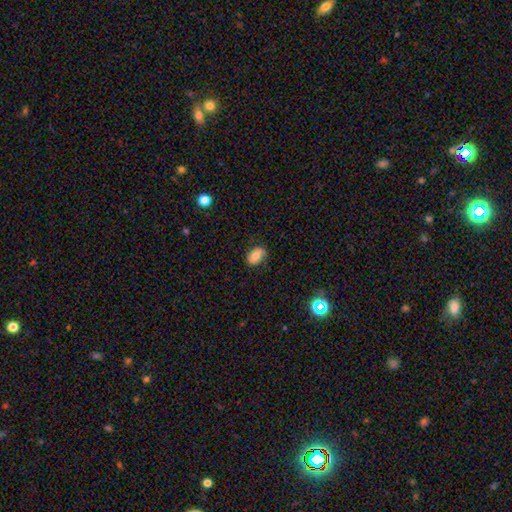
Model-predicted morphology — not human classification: Smooth or featured?
  - smooth: 72% *
  - featured or disk: 18%
  - star or artifact: 9%
How rounded?
  - in between: 83% *
  - round: 16%
  - cigar-shaped: 1%
Merging?
  - none: 74% *
  - minor disturbance: 20%
  - major disturbance: 4%
  - merger: 1%